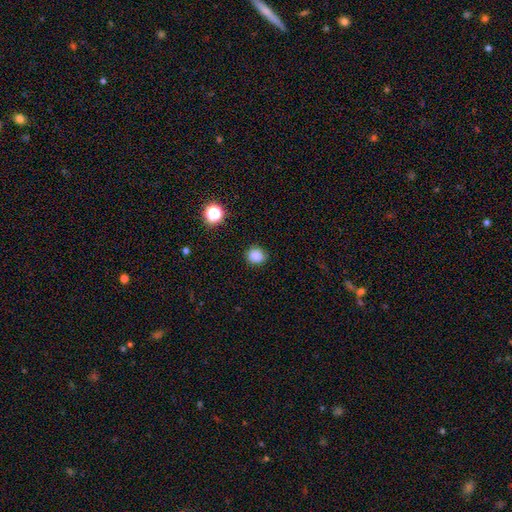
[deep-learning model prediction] A smooth galaxy with no disk features (85%) that is round (82%).

Vote fractions:
- Smooth or featured? smooth: 85% / star or artifact: 12% / featured or disk: 3%
- How rounded? round: 82% / in between: 17% / cigar-shaped: 1%
- Merging? none: 87% / minor disturbance: 9% / major disturbance: 3% / merger: 1%